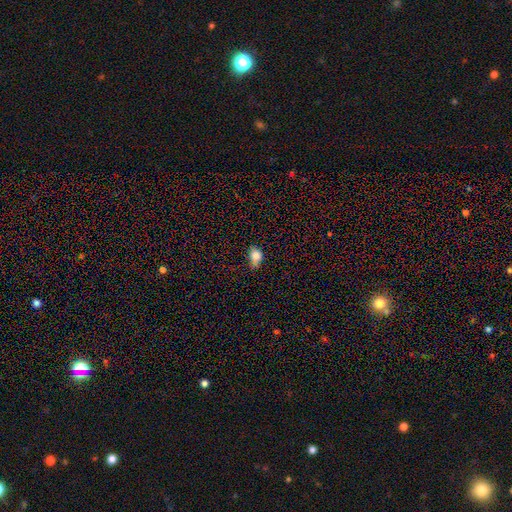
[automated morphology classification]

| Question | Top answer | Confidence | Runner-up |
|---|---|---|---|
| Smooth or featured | smooth | 79% | star or artifact (11%) |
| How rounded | in between | 67% | round (31%) |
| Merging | minor disturbance | 40% | none (38%) |